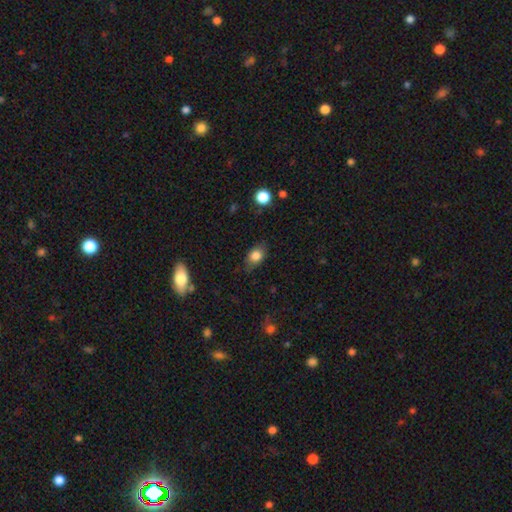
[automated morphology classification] smooth-or-featured: smooth: 81% | featured or disk: 10% | star or artifact: 9%
  how-rounded: in between: 72% | round: 25% | cigar-shaped: 2%
  merging: none: 76% | minor disturbance: 19% | major disturbance: 4% | merger: 1%